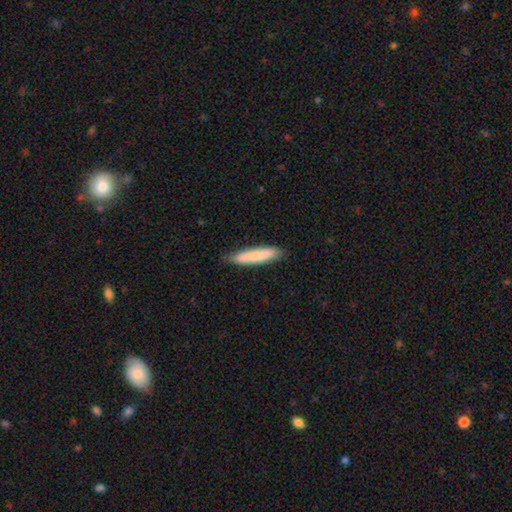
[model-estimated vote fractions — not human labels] Overall: smooth (76%). How rounded: cigar-shaped (88%). Merging: none (83%).